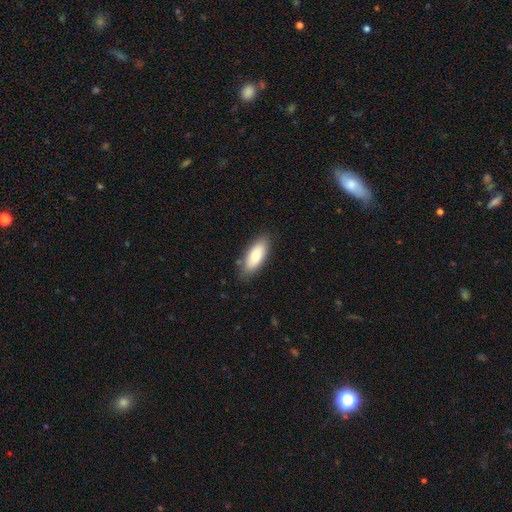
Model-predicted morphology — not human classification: Q: Smooth or featured?
A: smooth (78%); runner-up: featured or disk (16%)
Q: How rounded?
A: in between (78%); runner-up: cigar-shaped (20%)
Q: Merging?
A: none (83%); runner-up: minor disturbance (13%)